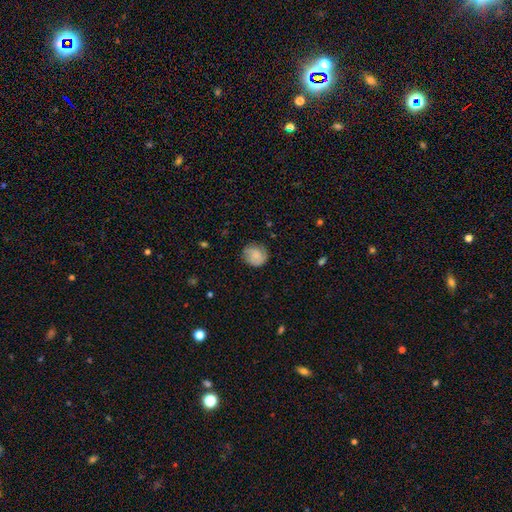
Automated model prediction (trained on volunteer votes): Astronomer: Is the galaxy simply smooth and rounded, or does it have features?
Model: smooth — 79%.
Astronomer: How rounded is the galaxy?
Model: round — 80%.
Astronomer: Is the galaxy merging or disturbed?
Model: none — 74%.